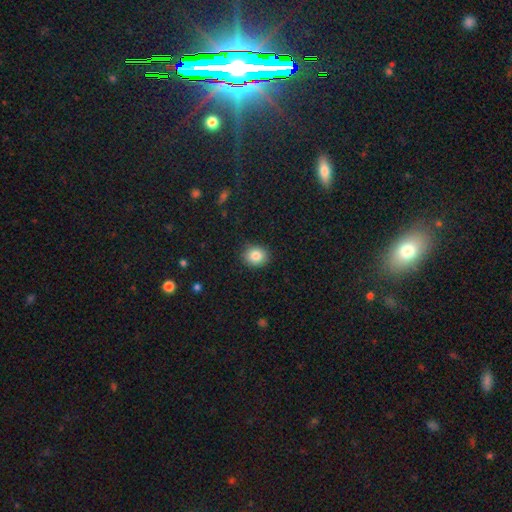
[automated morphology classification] This appears to be a smooth galaxy with no disk features (84%) that is round (68%). Merging: none (88%).